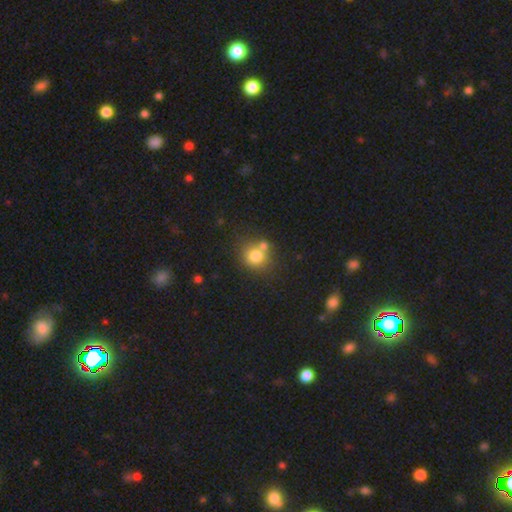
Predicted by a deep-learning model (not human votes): smooth-or-featured: smooth: 77% | star or artifact: 12% | featured or disk: 10%
  how-rounded: round: 84% | in between: 15% | cigar-shaped: 1%
  merging: none: 57% | merger: 29% | minor disturbance: 10% | major disturbance: 4%